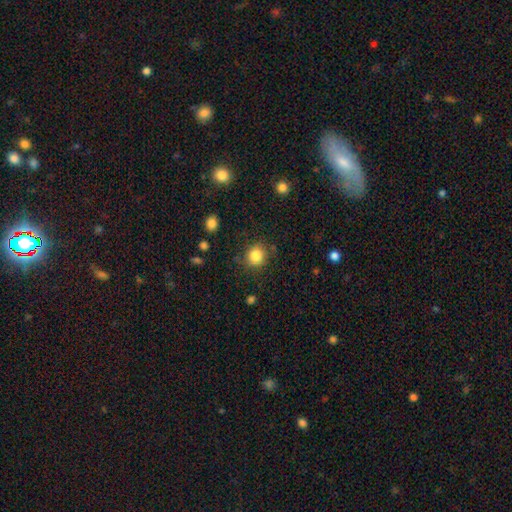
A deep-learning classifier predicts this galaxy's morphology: This is clearly a smooth galaxy (84%). How rounded: clearly round (85%). Merging: clearly none (83%).